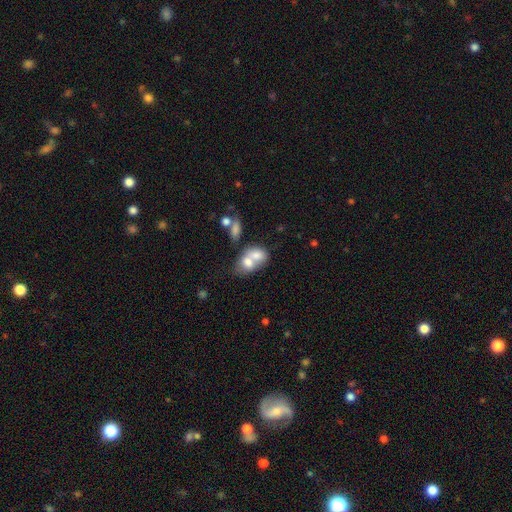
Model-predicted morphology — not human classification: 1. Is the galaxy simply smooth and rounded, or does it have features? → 71% smooth, 21% featured or disk, 8% star or artifact.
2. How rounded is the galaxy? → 71% in between, 28% round, 2% cigar-shaped.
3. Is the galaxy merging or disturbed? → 73% merger, 16% none, 6% minor disturbance, 4% major disturbance.